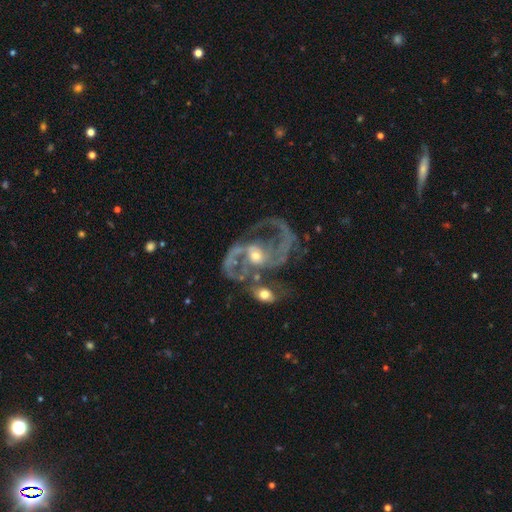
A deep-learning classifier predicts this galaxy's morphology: featured or disk 88%, star or artifact 6%, smooth 6%. Down the decision tree: edge-on disk — no (97%); bar — no (44%); spiral arms — yes (92%); spiral arm count — 2 (77%); spiral winding — medium (51%); bulge size — small (54%); merging — none (30%).